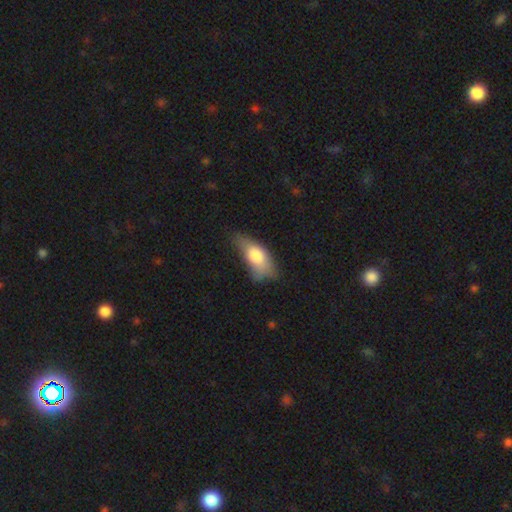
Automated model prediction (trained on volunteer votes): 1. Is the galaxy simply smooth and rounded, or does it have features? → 73% smooth, 20% featured or disk, 7% star or artifact.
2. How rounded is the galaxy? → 80% in between, 15% cigar-shaped, 4% round.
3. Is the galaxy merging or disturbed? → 44% none, 36% minor disturbance, 17% major disturbance, 3% merger.